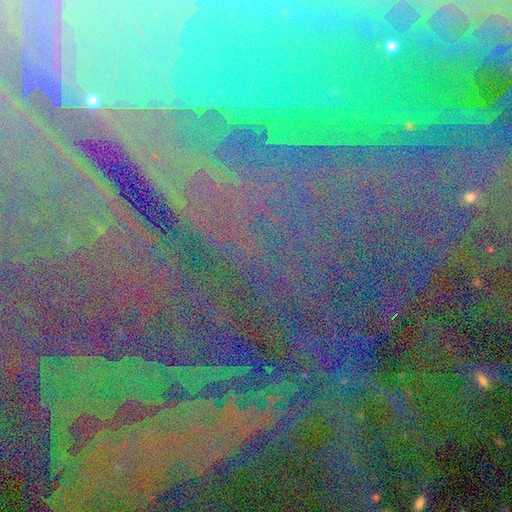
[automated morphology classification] This appears to be a star or artifact, not a galaxy (84%).